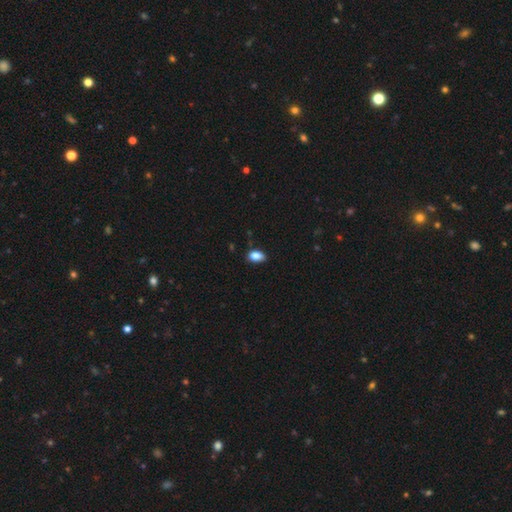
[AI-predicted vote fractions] This appears to be a smooth galaxy with no disk features (86%) that is in between round and cigar-shaped (88%). Merging: none (78%).